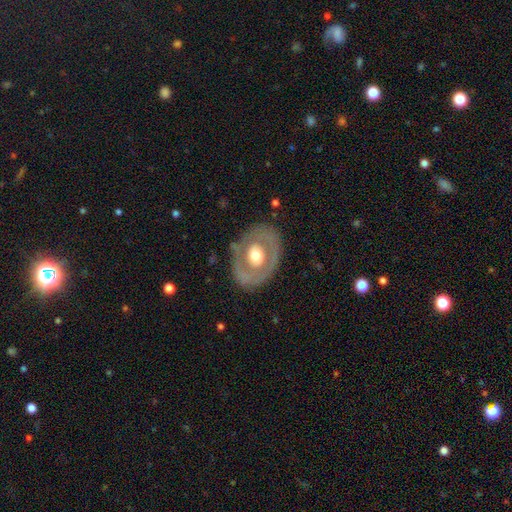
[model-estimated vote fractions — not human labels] Q: Smooth or featured?
A: featured or disk (58%); runner-up: smooth (37%)
Q: Edge-on disk?
A: no (93%); runner-up: yes (7%)
Q: Bar?
A: no (80%); runner-up: weak (15%)
Q: Spiral arms?
A: no (82%); runner-up: yes (18%)
Q: Bulge size?
A: moderate (63%); runner-up: large (28%)
Q: Merging?
A: none (76%); runner-up: minor disturbance (15%)